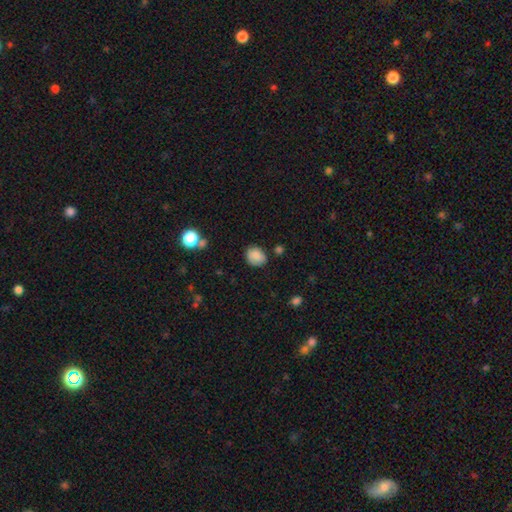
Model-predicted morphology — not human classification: A smooth galaxy with no disk features (85%) that is round (56%). Merging: none (75%).